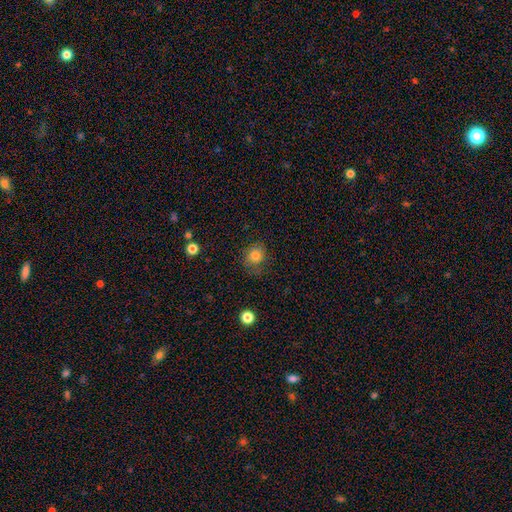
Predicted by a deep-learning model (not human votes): Smooth or featured: smooth — 80% (star or artifact — 11%)
How rounded: round — 79% (in between — 20%)
Merging: none — 72% (minor disturbance — 19%)